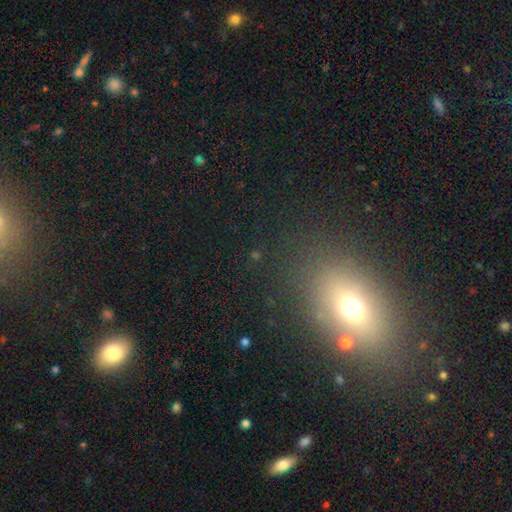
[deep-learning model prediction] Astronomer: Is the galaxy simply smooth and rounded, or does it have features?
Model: star or artifact — 48% (runner-up: smooth, 38%).